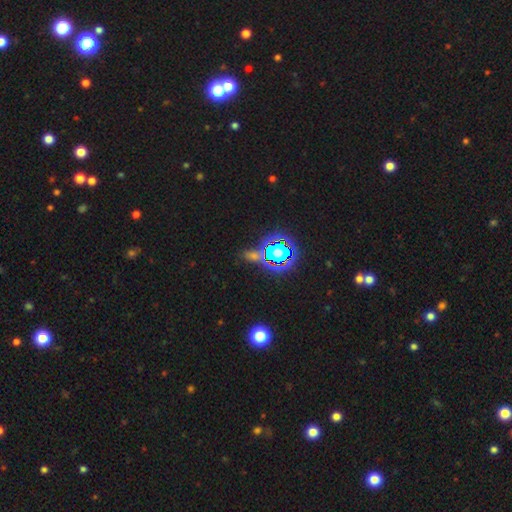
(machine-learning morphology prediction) Q: Smooth or featured?
A: star or artifact (69%); runner-up: smooth (21%)